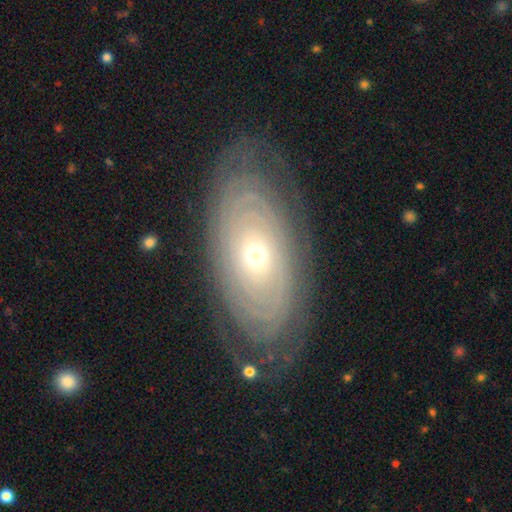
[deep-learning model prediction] This is likely a featured or disk galaxy (80%). It is clearly not viewed edge-on (92%). Bar: clearly no (86%). Spiral arm pattern: clearly yes (85%). Spiral arm count: possibly can't tell (46%). Spiral winding: clearly tight (84%). Central bulge: possibly small (51%). Merging: likely none (77%).